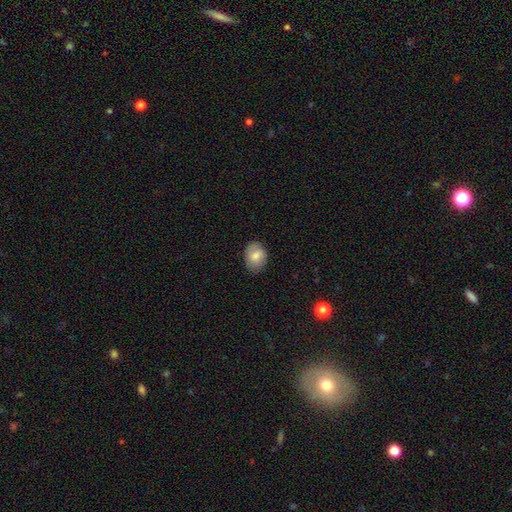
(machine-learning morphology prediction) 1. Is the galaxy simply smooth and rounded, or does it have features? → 78% smooth, 15% featured or disk, 7% star or artifact.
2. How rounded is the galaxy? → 67% in between, 32% round, 1% cigar-shaped.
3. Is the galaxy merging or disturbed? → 80% none, 16% minor disturbance, 3% major disturbance, 1% merger.